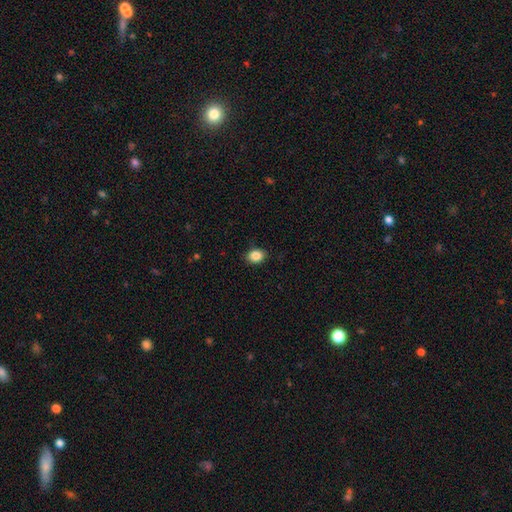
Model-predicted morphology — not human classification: Smooth or featured: smooth — 87% (star or artifact — 9%)
How rounded: in between — 61% (round — 38%)
Merging: none — 88% (minor disturbance — 9%)